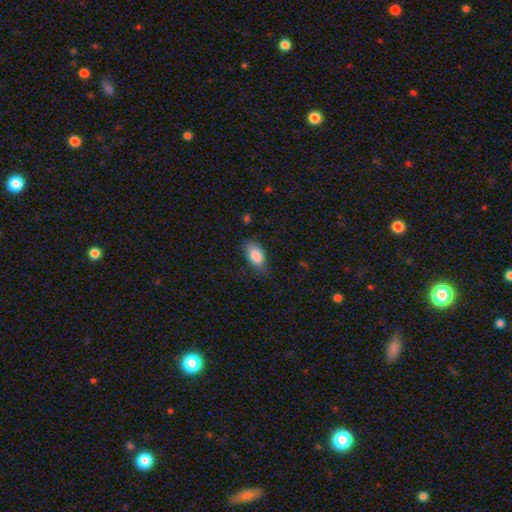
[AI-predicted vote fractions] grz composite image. It shows a smooth galaxy with no disk features (86%) that is in between round and cigar-shaped (92%). Merging: none (70%).